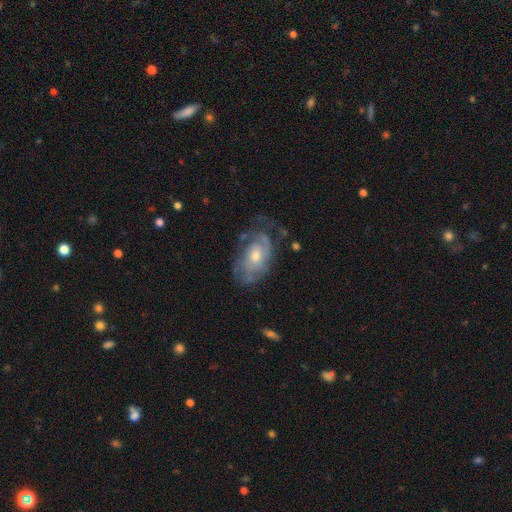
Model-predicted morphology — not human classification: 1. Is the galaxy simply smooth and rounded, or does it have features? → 72% featured or disk, 21% smooth, 7% star or artifact.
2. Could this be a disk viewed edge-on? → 94% no, 6% yes.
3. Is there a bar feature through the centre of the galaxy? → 79% no, 18% weak, 3% strong.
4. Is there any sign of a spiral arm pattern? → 78% yes, 22% no.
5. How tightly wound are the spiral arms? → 58% tight, 29% medium, 13% loose.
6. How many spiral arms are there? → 49% can't tell, 24% 2, 14% 1, 7% 3, 3% 4, 3% more than 4.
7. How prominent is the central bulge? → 56% moderate, 39% small, 3% large, 1% none, 1% dominant.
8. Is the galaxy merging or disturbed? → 53% none, 26% minor disturbance, 19% major disturbance, 2% merger.